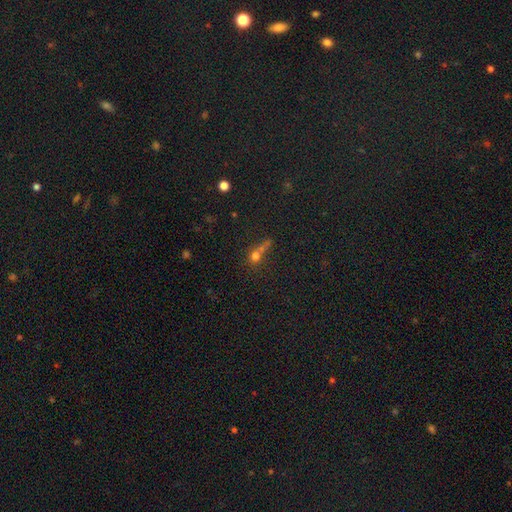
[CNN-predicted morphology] smooth_or_featured: smooth (p=0.65) [alt: star or artifact p=0.20]
how_rounded: round (p=0.76) [alt: in between p=0.19]
merging: merger (p=0.44) [alt: none p=0.35]